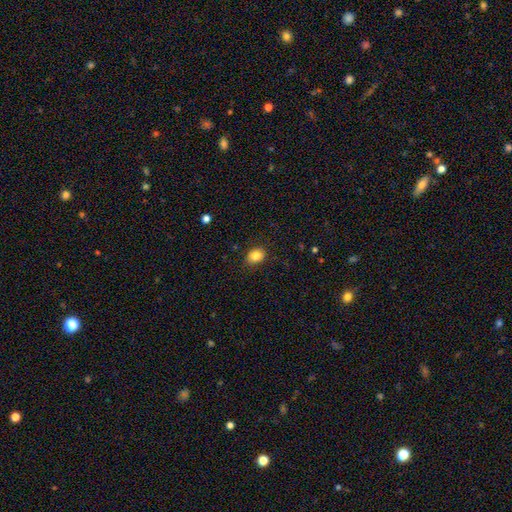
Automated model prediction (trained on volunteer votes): smooth 84%, star or artifact 9%, featured or disk 6%. Down the decision tree: how rounded — in between (58%); merging — none (86%).